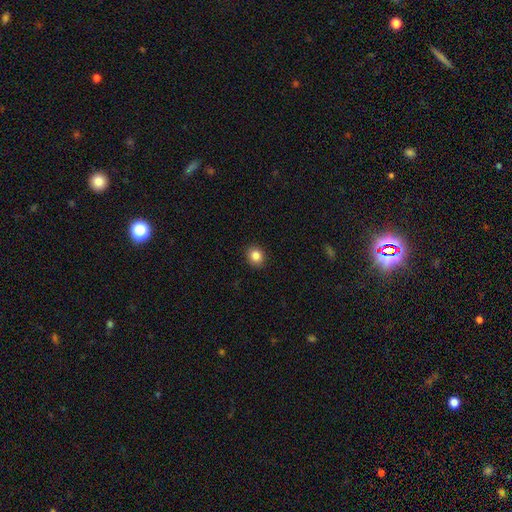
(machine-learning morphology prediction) This is clearly a smooth galaxy (85%). How rounded: likely round (73%). Merging: clearly none (91%).